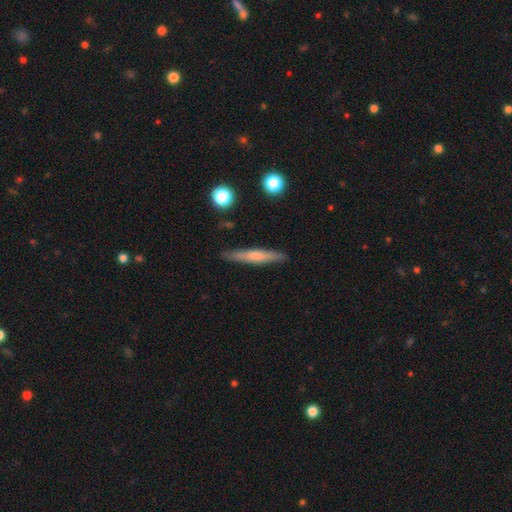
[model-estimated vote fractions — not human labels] Smooth or featured: smooth — 52% (featured or disk — 42%)
How rounded: cigar-shaped — 93% (in between — 5%)
Merging: none — 89% (minor disturbance — 8%)